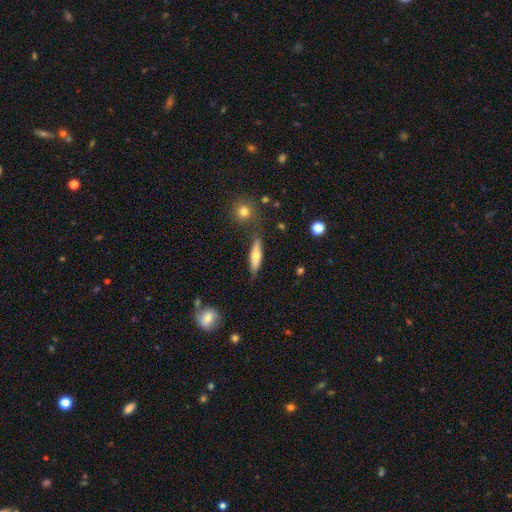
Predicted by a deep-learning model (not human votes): Smooth or featured? Predicted: smooth (p=0.59). How rounded? Predicted: cigar-shaped (p=0.65). Merging? Predicted: none (p=0.76).